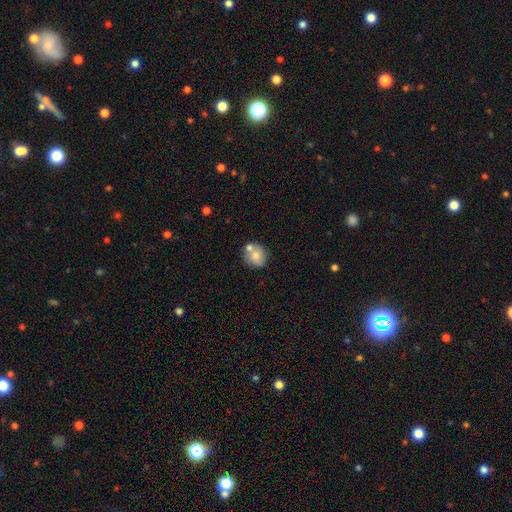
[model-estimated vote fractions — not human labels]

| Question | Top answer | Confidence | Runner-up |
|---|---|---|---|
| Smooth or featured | smooth | 71% | featured or disk (21%) |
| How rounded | round | 74% | in between (25%) |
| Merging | none | 60% | merger (22%) |